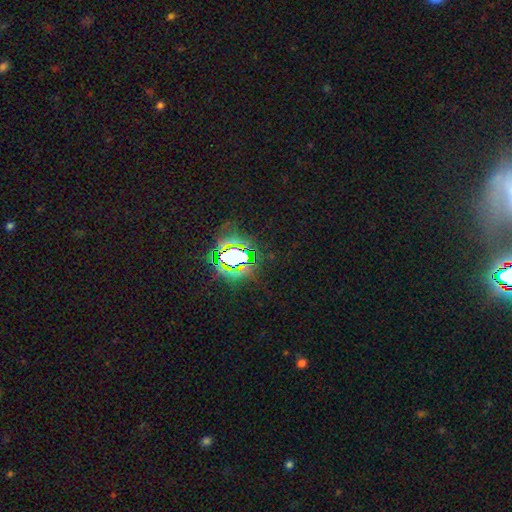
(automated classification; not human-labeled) The model was most divided on "smooth or featured": star or artifact: 80%, smooth: 12%, featured or disk: 8%.